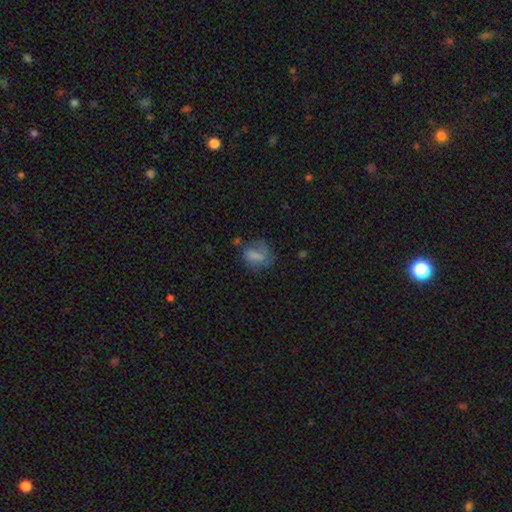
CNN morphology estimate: Q: Smooth or featured?
A: smooth (49%); runner-up: featured or disk (40%)
Q: Merging?
A: none (41%); runner-up: major disturbance (30%)